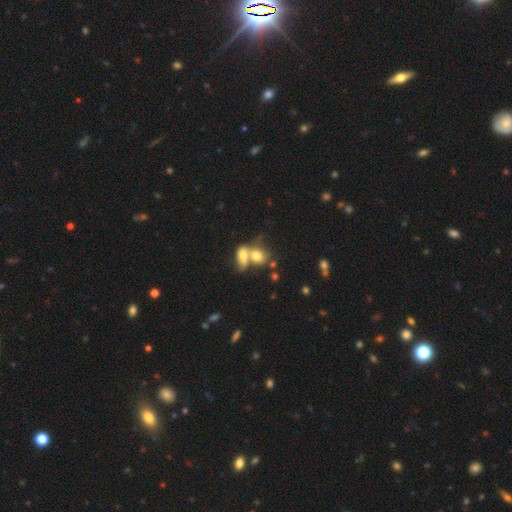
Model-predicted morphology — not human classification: smooth-or-featured: smooth: 71% | featured or disk: 18% | star or artifact: 11%
  how-rounded: in between: 56% | round: 40% | cigar-shaped: 4%
  merging: merger: 65% | none: 22% | minor disturbance: 7% | major disturbance: 5%